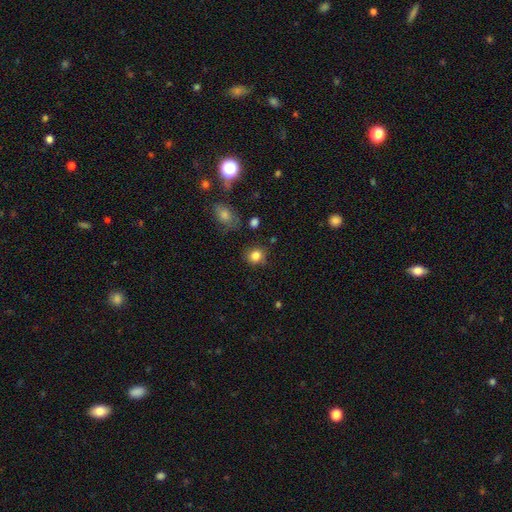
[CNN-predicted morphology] A smooth galaxy with no disk features (83%) that is round (80%).

Vote fractions:
- Smooth or featured? smooth: 83% / star or artifact: 11% / featured or disk: 6%
- How rounded? round: 80% / in between: 19% / cigar-shaped: 1%
- Merging? none: 80% / minor disturbance: 13% / major disturbance: 4% / merger: 3%